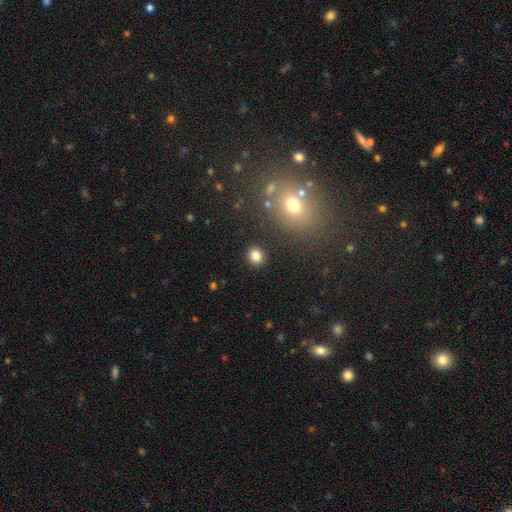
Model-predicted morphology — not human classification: Smooth or featured?
  - smooth: 83% *
  - star or artifact: 12%
  - featured or disk: 5%
How rounded?
  - round: 81% *
  - in between: 18%
  - cigar-shaped: 1%
Merging?
  - none: 89% *
  - minor disturbance: 6%
  - major disturbance: 2%
  - merger: 2%